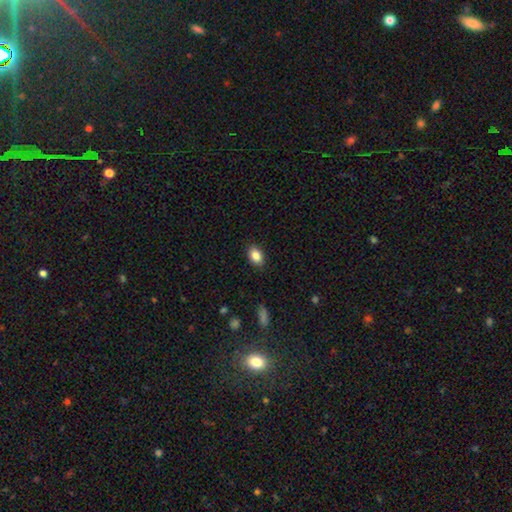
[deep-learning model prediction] Smooth or featured? smooth (86%)
How rounded? in between (80%)
Merging? none (87%)